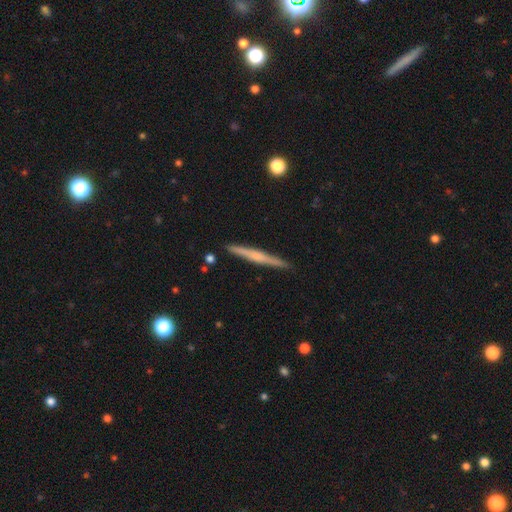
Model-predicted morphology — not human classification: featured or disk 56%, smooth 38%, star or artifact 6%. Down the decision tree: edge-on disk — yes (98%); edge-on bulge — none (45%); merging — none (91%).